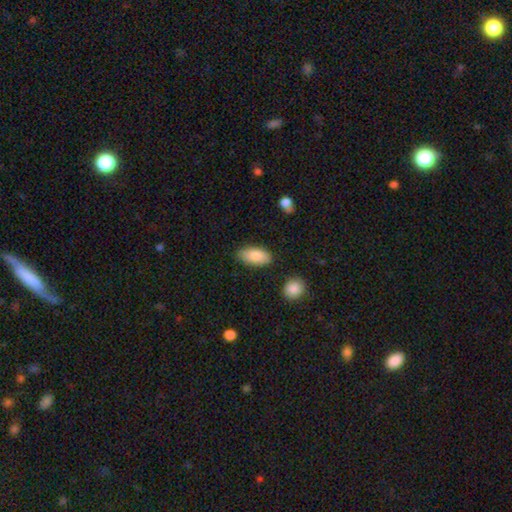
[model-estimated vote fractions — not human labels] Smooth or featured?
  - smooth: 85% *
  - featured or disk: 8%
  - star or artifact: 6%
How rounded?
  - in between: 92% *
  - cigar-shaped: 5%
  - round: 3%
Merging?
  - none: 80% *
  - minor disturbance: 14%
  - merger: 3%
  - major disturbance: 3%